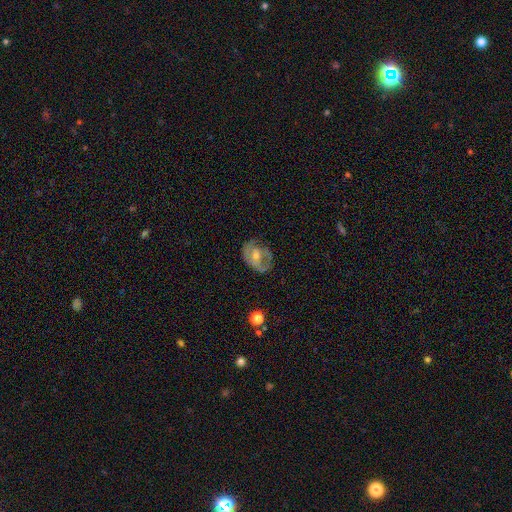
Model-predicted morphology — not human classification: A featured or disk galaxy (64%) with no bar (62%), spiral arms (58%) and a moderate central bulge (55%). Merging: none (57%).